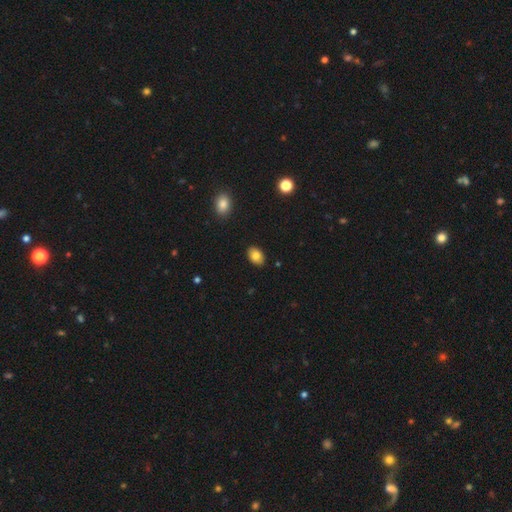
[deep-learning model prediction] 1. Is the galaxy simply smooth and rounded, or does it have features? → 83% smooth, 9% featured or disk, 8% star or artifact.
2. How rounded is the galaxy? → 86% in between, 13% round, 1% cigar-shaped.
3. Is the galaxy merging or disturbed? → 88% none, 9% minor disturbance, 2% major disturbance, 1% merger.